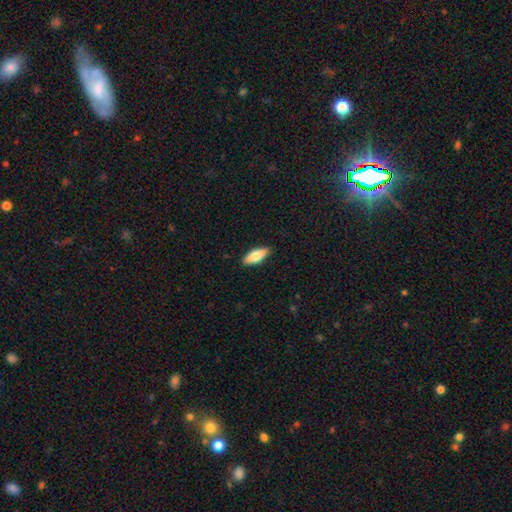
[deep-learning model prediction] This appears to be a smooth galaxy with no disk features (72%) that is in between round and cigar-shaped (72%). Merging: none (89%).